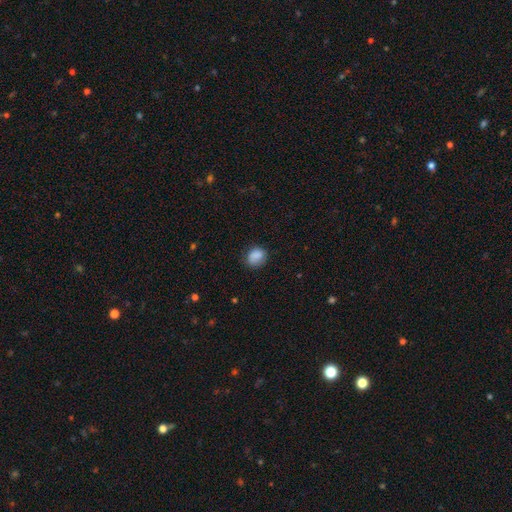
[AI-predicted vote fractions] Overall: smooth (86%). How rounded: round (59%; in between 40%). Merging: none (74%).